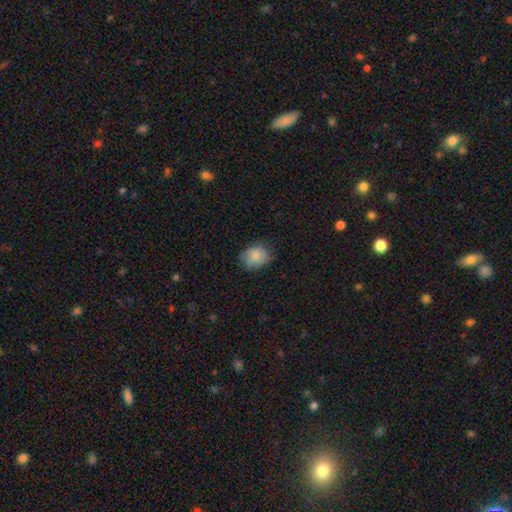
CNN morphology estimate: type=smooth (80%); roundness=round (56%); merging=none (70%).